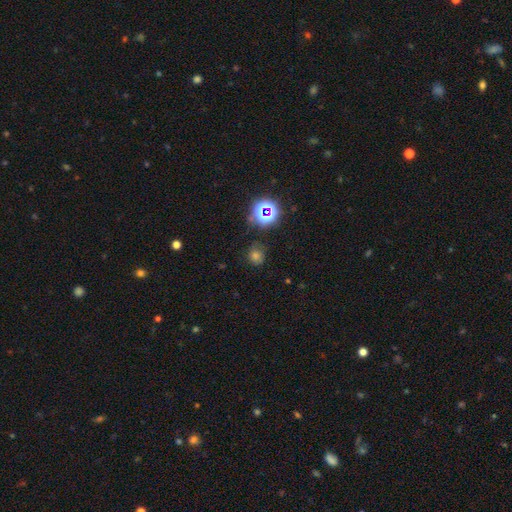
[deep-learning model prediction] This appears to be a smooth galaxy with no disk features (53%) that is round (87%). Merging: none (81%).